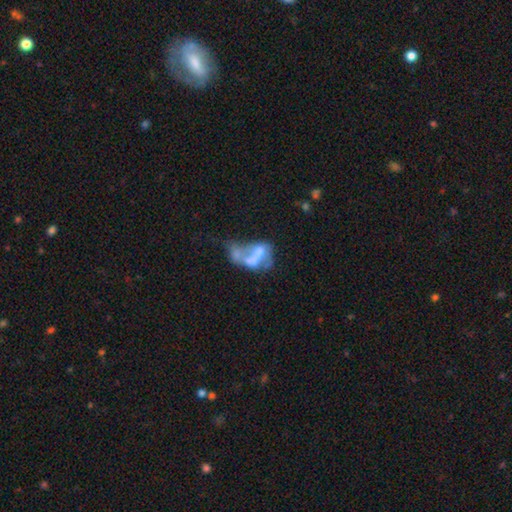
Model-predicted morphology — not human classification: A featured or disk galaxy (55%) with no bar (77%), no spiral arms (85%) and no central bulge (52%).

Vote fractions:
- Smooth or featured? featured or disk: 55% / smooth: 33% / star or artifact: 12%
- Edge-on disk? no: 97% / yes: 3%
- Bar? no: 77% / weak: 15% / strong: 8%
- Spiral arms? no: 85% / yes: 15%
- Bulge size? none: 52% / moderate: 21% / small: 16% / large: 9% / dominant: 2%
- Merging? merger: 54% / major disturbance: 25% / none: 12% / minor disturbance: 9%